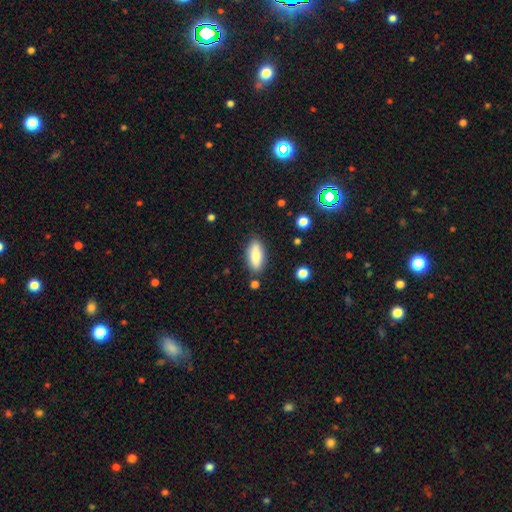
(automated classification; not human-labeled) A smooth galaxy with no disk features (82%) that is in between round and cigar-shaped (79%).

Vote fractions:
- Smooth or featured? smooth: 82% / featured or disk: 11% / star or artifact: 7%
- How rounded? in between: 79% / cigar-shaped: 18% / round: 2%
- Merging? none: 83% / minor disturbance: 11% / merger: 3% / major disturbance: 3%